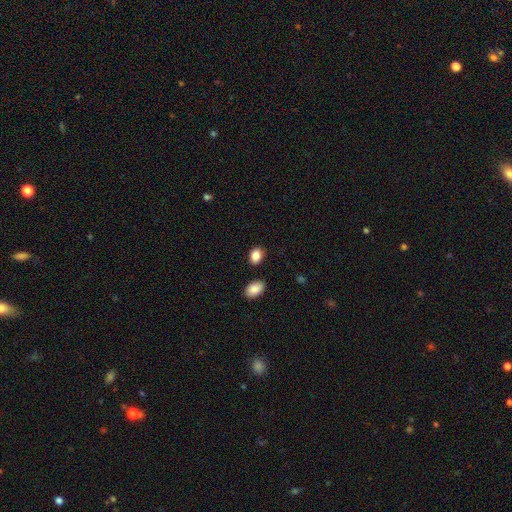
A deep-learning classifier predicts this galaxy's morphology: smooth_or_featured: smooth (p=0.88) [alt: star or artifact p=0.08]
how_rounded: in between (p=0.75) [alt: round p=0.24]
merging: none (p=0.83) [alt: minor disturbance p=0.10]